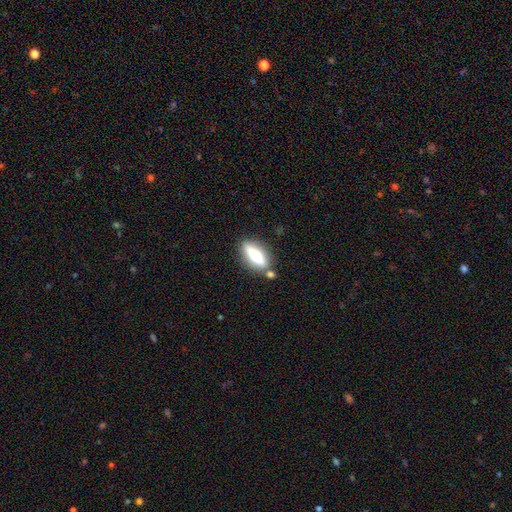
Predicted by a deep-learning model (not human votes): Smooth or featured? Predicted: smooth (p=0.50). Merging? Predicted: none (p=0.77).